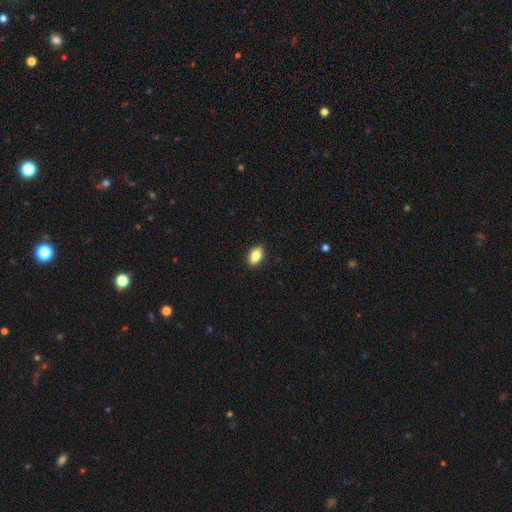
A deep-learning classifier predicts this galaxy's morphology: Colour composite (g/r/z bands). It shows a smooth galaxy with no disk features (85%) that is in between round and cigar-shaped (90%). Merging: none (90%).